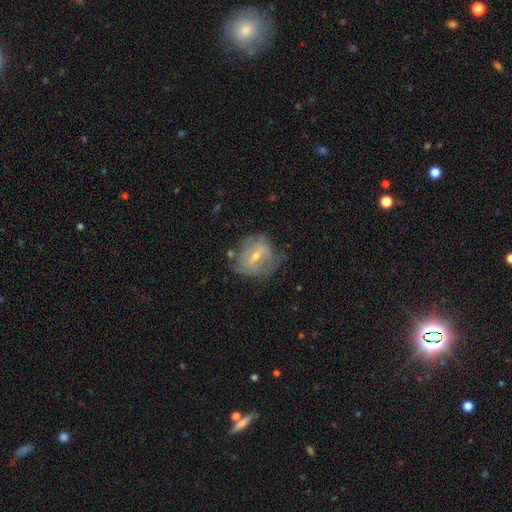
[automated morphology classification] This is likely a featured or disk galaxy (63%). It is clearly not viewed edge-on (95%). Bar: possibly weak (49%). Spiral arm pattern: likely yes (64%). Central bulge: possibly small (52%). Merging: likely none (63%).